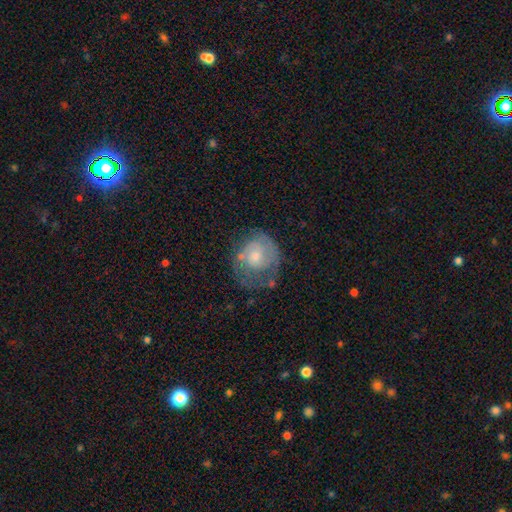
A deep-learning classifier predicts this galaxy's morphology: This is possibly a featured or disk galaxy (58%). It is clearly not viewed edge-on (97%). Bar: likely no (73%). Spiral arm pattern: likely yes (71%). Central bulge: possibly moderate (48%). Merging: possibly none (52%).